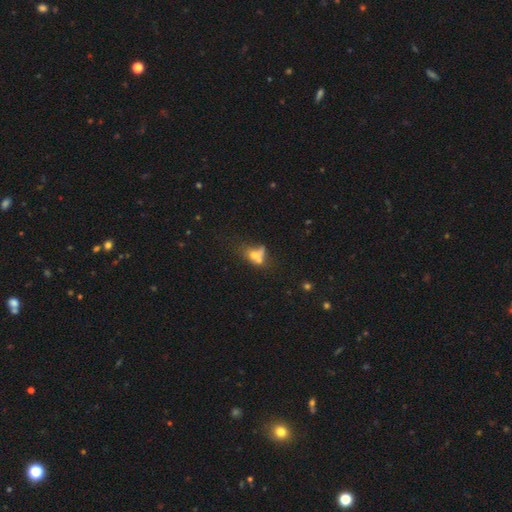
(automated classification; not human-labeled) A smooth galaxy with no disk features (59%) that is in between round and cigar-shaped (61%).

Vote fractions:
- Smooth or featured? smooth: 59% / featured or disk: 26% / star or artifact: 15%
- How rounded? in between: 61% / round: 33% / cigar-shaped: 6%
- Merging? merger: 49% / none: 21% / major disturbance: 17% / minor disturbance: 12%